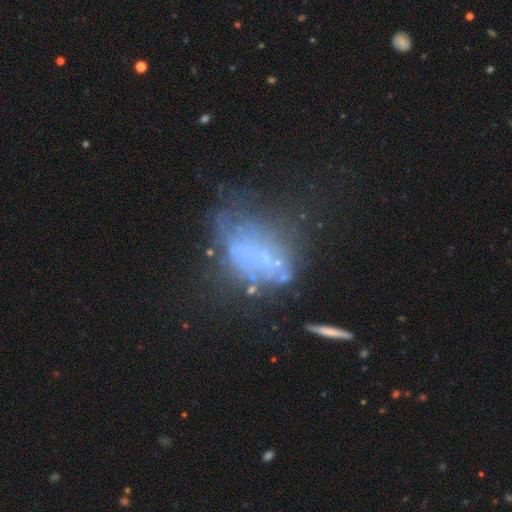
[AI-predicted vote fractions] Smooth or featured?
  - featured or disk: 46% *
  - smooth: 33%
  - star or artifact: 21%
Merging?
  - major disturbance: 35% *
  - none: 31%
  - minor disturbance: 21%
  - merger: 13%